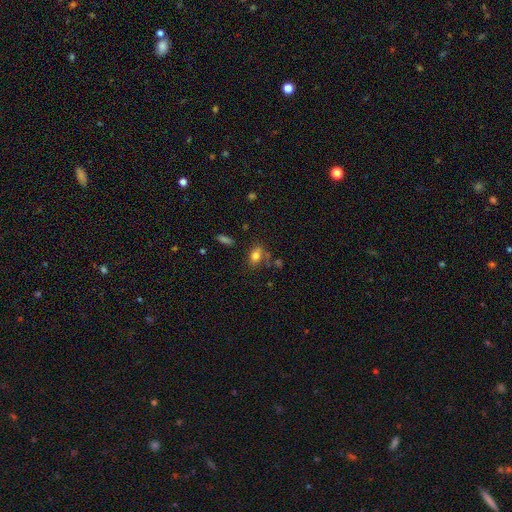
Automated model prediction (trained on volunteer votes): Smooth or featured? Predicted: smooth (p=0.77). How rounded? Predicted: in between (p=0.77). Merging? Predicted: none (p=0.63).